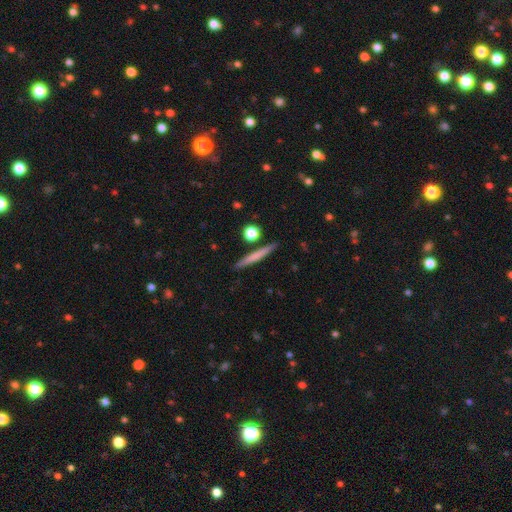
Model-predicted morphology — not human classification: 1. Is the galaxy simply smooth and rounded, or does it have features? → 61% smooth, 33% featured or disk, 6% star or artifact.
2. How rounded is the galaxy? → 95% cigar-shaped, 3% in between, 2% round.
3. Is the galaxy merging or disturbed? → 88% none, 7% minor disturbance, 3% merger, 2% major disturbance.